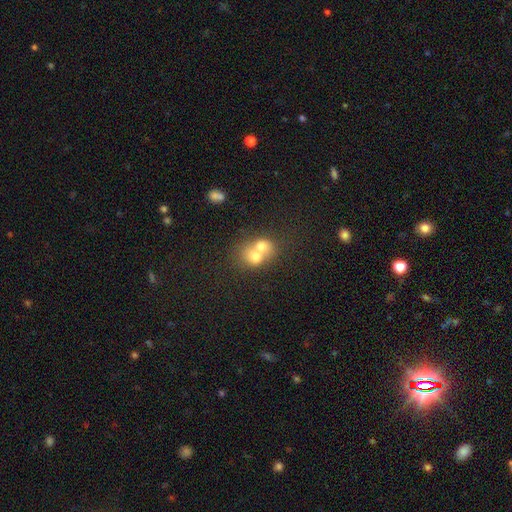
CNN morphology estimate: type=smooth (66%); roundness=round (66%); merging=merger (72%).